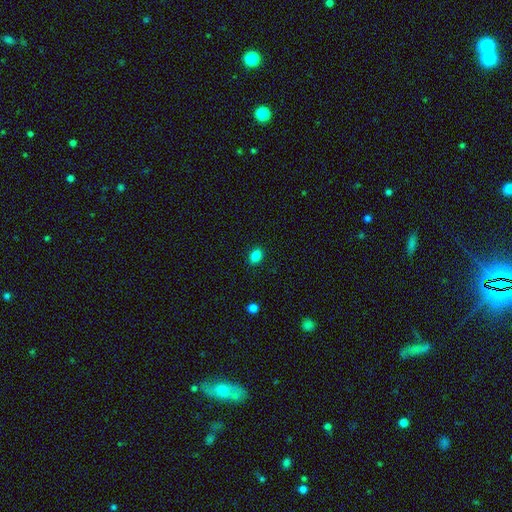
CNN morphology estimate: Smooth or featured? Predicted: smooth (p=0.85). How rounded? Predicted: in between (p=0.72). Merging? Predicted: none (p=0.89).